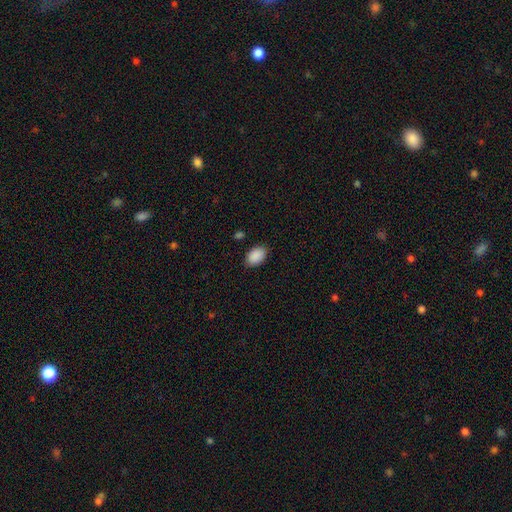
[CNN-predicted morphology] The model was most divided on "merging": none: 84%, minor disturbance: 12%, major disturbance: 3%, merger: 1%. More confident: smooth or featured — smooth (90%); how rounded — in between (88%).